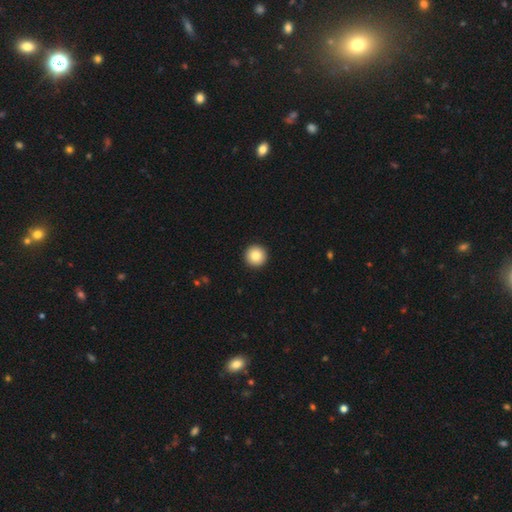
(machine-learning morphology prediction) Q: Smooth or featured?
A: smooth (86%); runner-up: star or artifact (8%)
Q: How rounded?
A: round (97%); runner-up: in between (2%)
Q: Merging?
A: none (94%); runner-up: minor disturbance (4%)